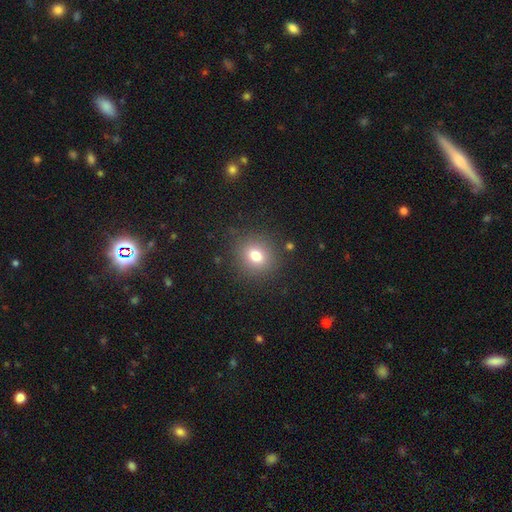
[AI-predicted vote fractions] Q: Smooth or featured?
A: smooth (76%); runner-up: star or artifact (14%)
Q: How rounded?
A: round (79%); runner-up: in between (20%)
Q: Merging?
A: none (86%); runner-up: minor disturbance (9%)